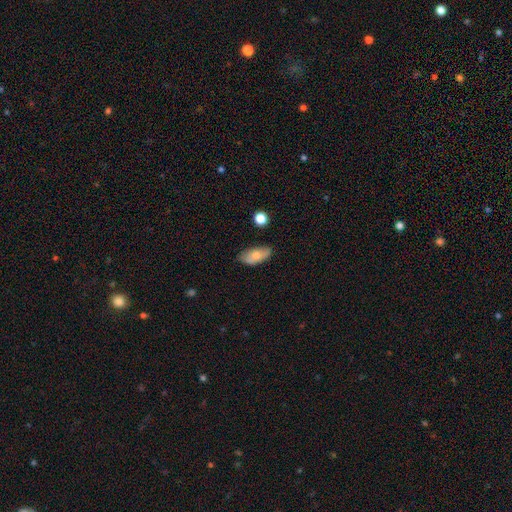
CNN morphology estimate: Smooth or featured?
  - smooth: 72% *
  - featured or disk: 21%
  - star or artifact: 7%
How rounded?
  - in between: 89% *
  - cigar-shaped: 7%
  - round: 4%
Merging?
  - none: 71% *
  - minor disturbance: 22%
  - major disturbance: 4%
  - merger: 3%